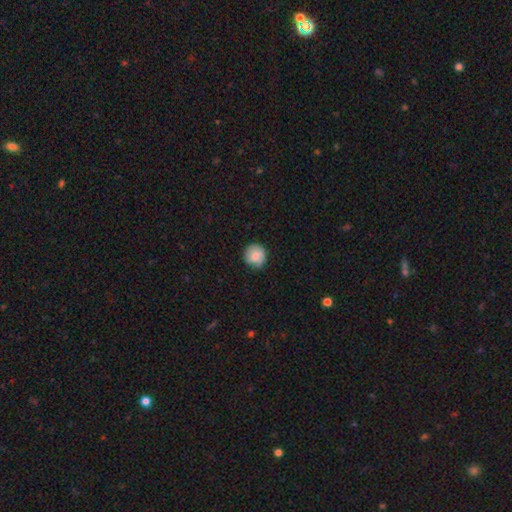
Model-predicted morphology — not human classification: smooth_or_featured: smooth (p=0.83) [alt: featured or disk p=0.10]
how_rounded: round (p=0.91) [alt: in between p=0.08]
merging: none (p=0.78) [alt: minor disturbance p=0.18]